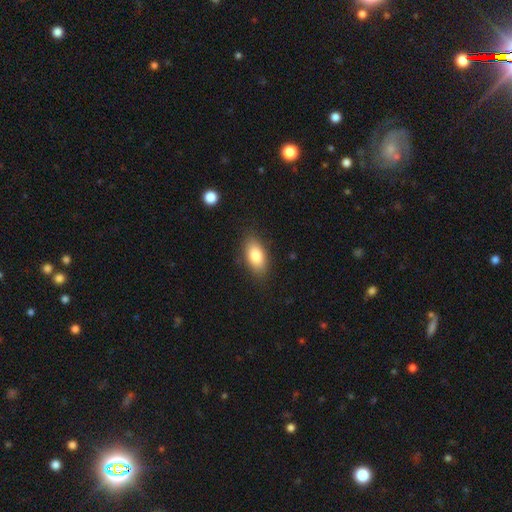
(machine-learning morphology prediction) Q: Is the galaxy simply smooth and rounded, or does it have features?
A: smooth — 81%.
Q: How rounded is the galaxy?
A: in between — 90%.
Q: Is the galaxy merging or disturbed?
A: none — 84%.